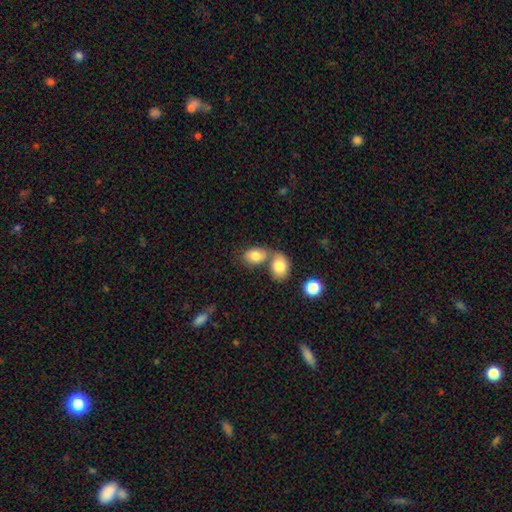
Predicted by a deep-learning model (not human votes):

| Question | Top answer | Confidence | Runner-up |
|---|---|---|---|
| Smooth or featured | smooth | 82% | featured or disk (11%) |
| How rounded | in between | 80% | round (19%) |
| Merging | merger | 49% | none (37%) |